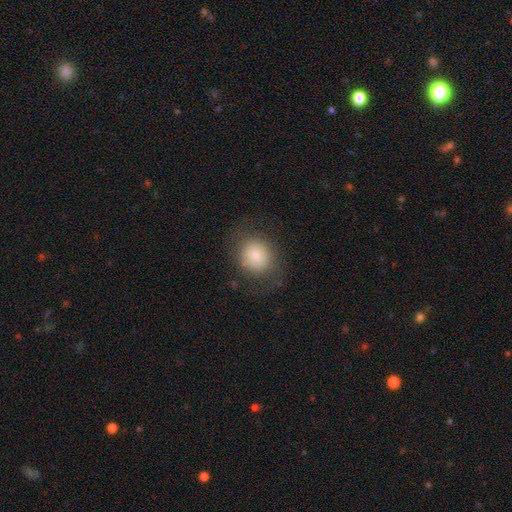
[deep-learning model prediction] Q: Smooth or featured?
A: smooth (80%); runner-up: featured or disk (12%)
Q: How rounded?
A: round (76%); runner-up: in between (23%)
Q: Merging?
A: none (69%); runner-up: minor disturbance (18%)